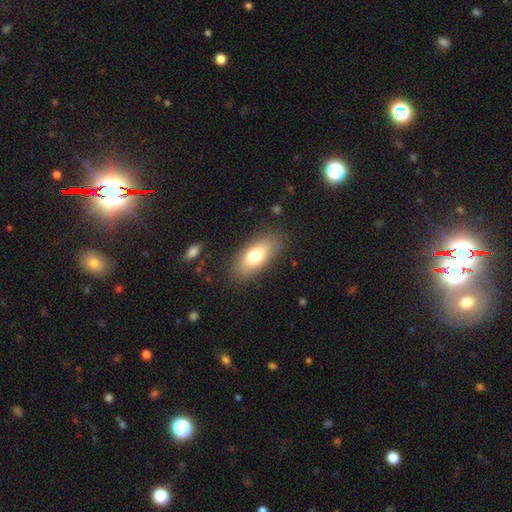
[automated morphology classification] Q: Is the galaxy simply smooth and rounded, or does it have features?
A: smooth — 74%.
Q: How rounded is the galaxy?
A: in between — 82%.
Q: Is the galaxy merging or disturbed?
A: none — 83%.